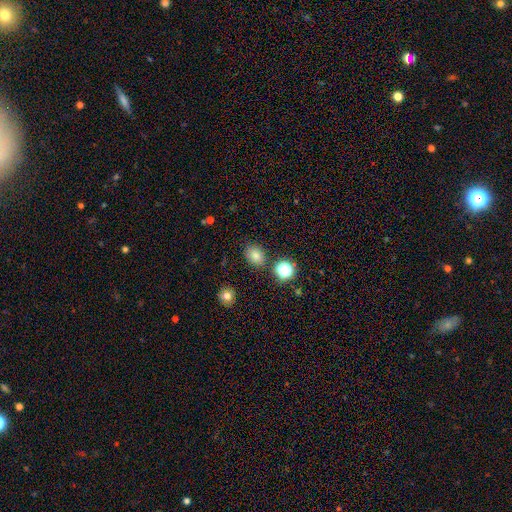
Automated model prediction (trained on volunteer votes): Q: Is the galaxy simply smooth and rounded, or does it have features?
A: smooth — 77%.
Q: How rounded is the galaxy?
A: in between — 51%.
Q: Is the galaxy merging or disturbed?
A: none — 82%.